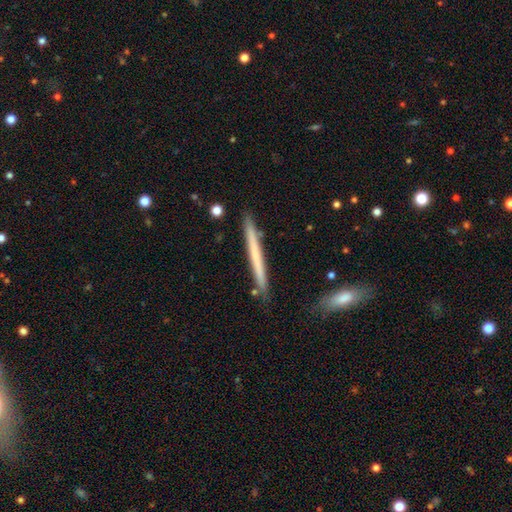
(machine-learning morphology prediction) Overall: smooth (53%; featured or disk 42%). How rounded: cigar-shaped (97%). Merging: none (88%).